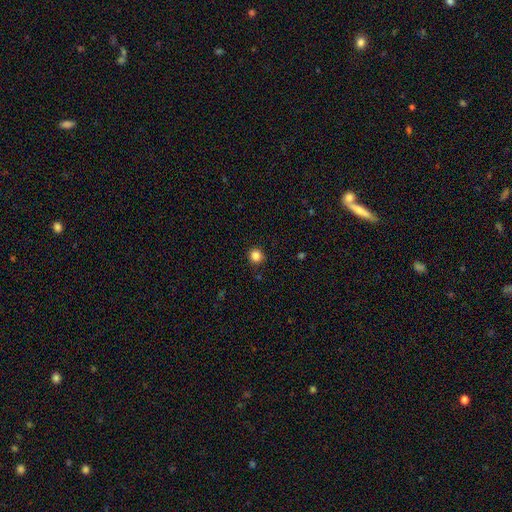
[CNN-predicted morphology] Overall: smooth (85%). How rounded: round (92%). Merging: none (90%).